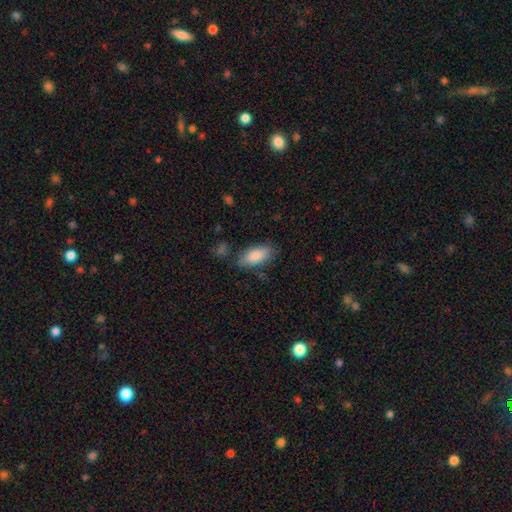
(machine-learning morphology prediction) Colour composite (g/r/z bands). It shows a smooth galaxy with no disk features (85%) that is in between round and cigar-shaped (88%). Merging: none (76%).